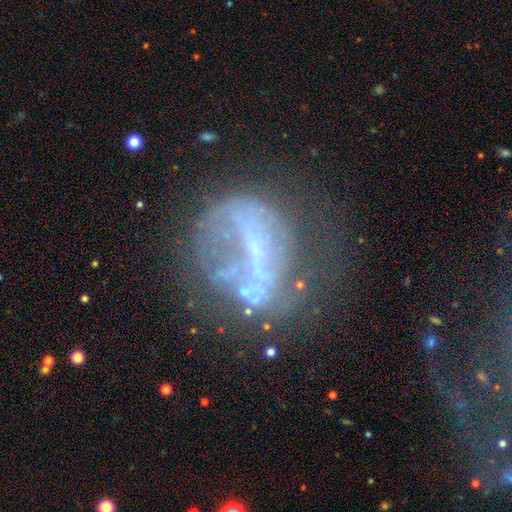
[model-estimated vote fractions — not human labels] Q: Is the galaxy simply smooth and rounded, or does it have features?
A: featured or disk — 58%.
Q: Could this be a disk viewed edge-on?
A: no — 93%.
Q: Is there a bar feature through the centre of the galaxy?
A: no — 49%.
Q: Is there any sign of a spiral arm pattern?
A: no — 79%.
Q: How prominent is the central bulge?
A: none — 54%.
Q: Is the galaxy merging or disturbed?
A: major disturbance — 37%.